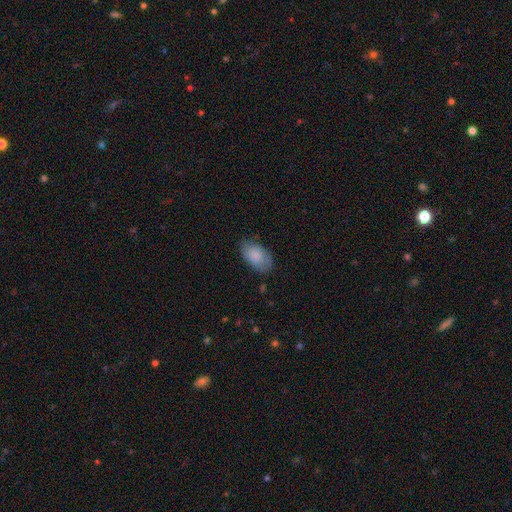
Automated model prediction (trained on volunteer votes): Smooth or featured? Predicted: smooth (p=0.84). How rounded? Predicted: in between (p=0.94). Merging? Predicted: none (p=0.75).